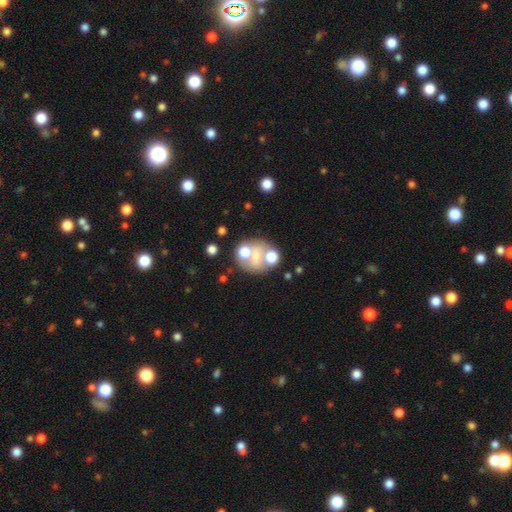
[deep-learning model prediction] A smooth galaxy with no disk features (50%) that is round (71%).

Vote fractions:
- Smooth or featured? smooth: 50% / featured or disk: 33% / star or artifact: 17%
- How rounded? round: 71% / in between: 28% / cigar-shaped: 1%
- Merging? merger: 42% / none: 40% / minor disturbance: 10% / major disturbance: 8%